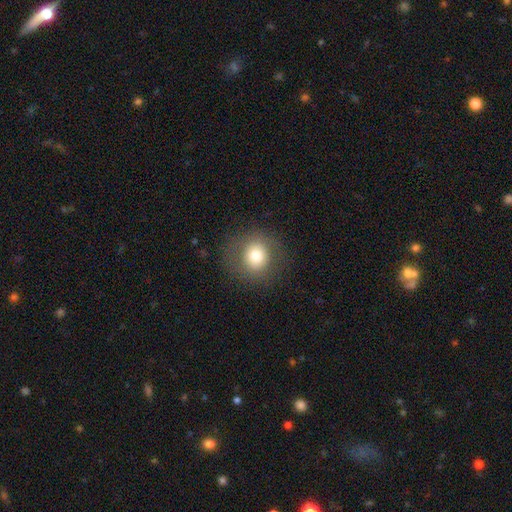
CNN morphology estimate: smooth_or_featured: smooth (p=0.75) [alt: featured or disk p=0.14]
how_rounded: round (p=0.87) [alt: in between p=0.12]
merging: none (p=0.84) [alt: minor disturbance p=0.10]